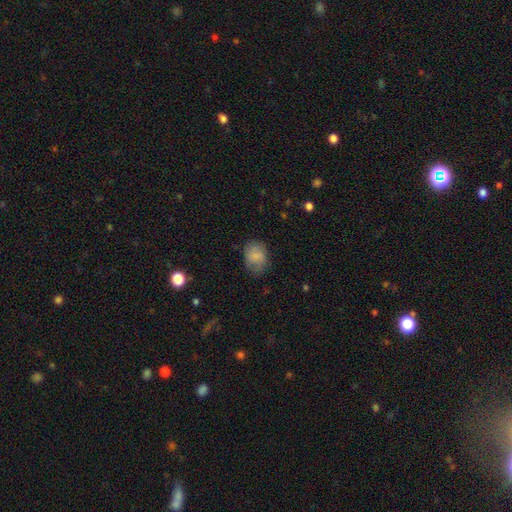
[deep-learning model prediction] Overall: smooth (79%). How rounded: in between (61%; round 38%). Merging: none (66%).